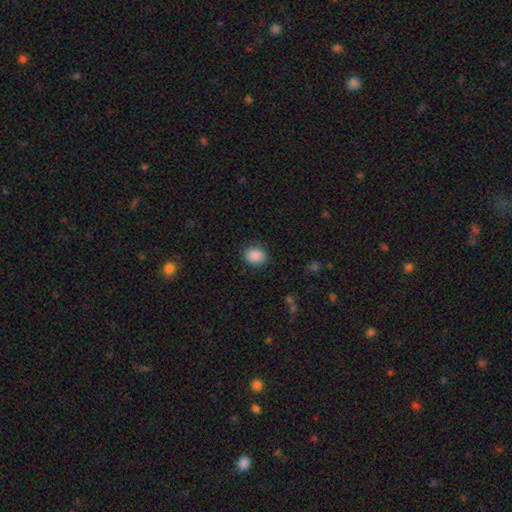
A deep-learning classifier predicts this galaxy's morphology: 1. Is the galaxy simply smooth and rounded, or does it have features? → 89% smooth, 8% star or artifact, 3% featured or disk.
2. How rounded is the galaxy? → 51% round, 48% in between, 1% cigar-shaped.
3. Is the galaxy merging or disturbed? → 85% none, 11% minor disturbance, 3% major disturbance, 1% merger.